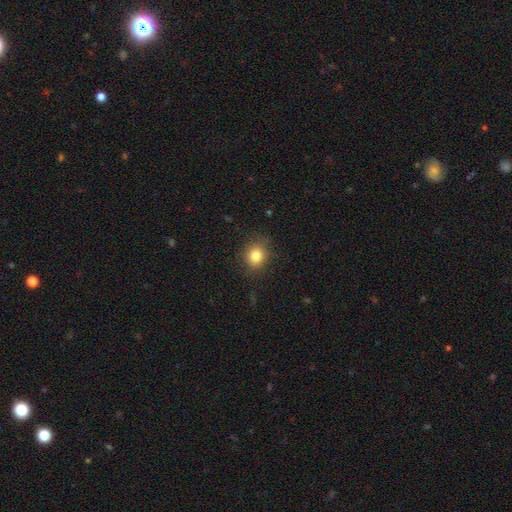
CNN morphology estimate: Smooth or featured? Predicted: smooth (p=0.82). How rounded? Predicted: round (p=0.73). Merging? Predicted: none (p=0.84).